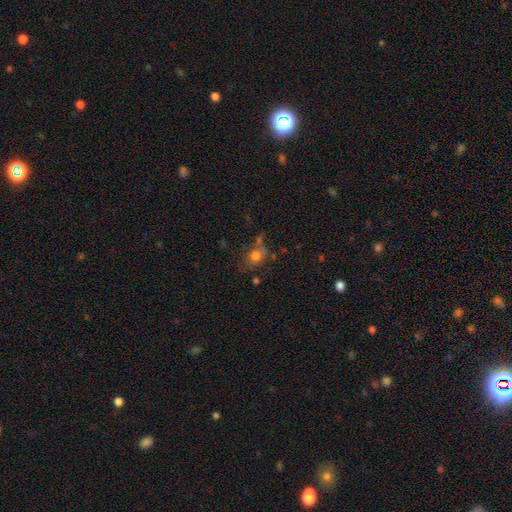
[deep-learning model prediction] This appears to be a smooth galaxy with no disk features (69%) that is round (54%). Merging: none (51%).